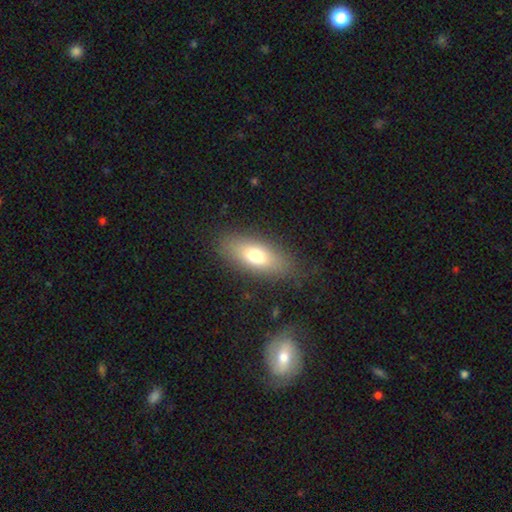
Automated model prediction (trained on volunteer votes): Smooth or featured? smooth (71%)
How rounded? in between (81%)
Merging? none (83%)